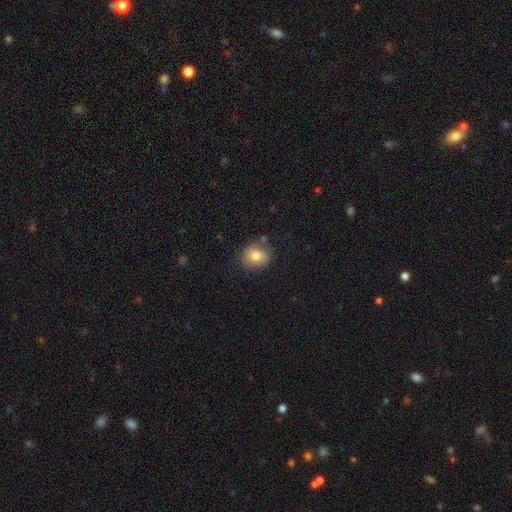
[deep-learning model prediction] This is likely a smooth galaxy (77%). How rounded: likely round (67%). Merging: likely none (72%).